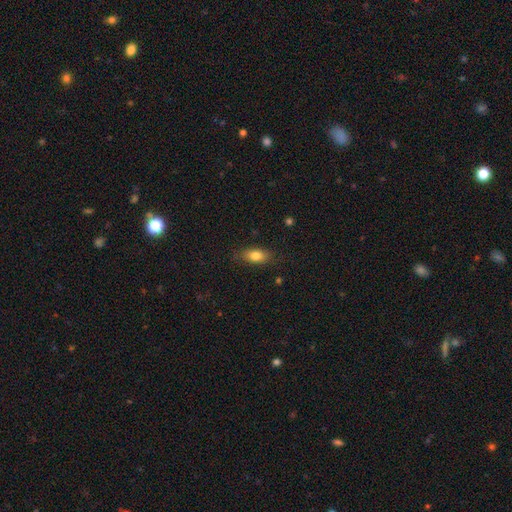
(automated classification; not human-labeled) Q: Smooth or featured?
A: smooth (80%); runner-up: featured or disk (12%)
Q: How rounded?
A: in between (84%); runner-up: cigar-shaped (10%)
Q: Merging?
A: none (83%); runner-up: minor disturbance (13%)